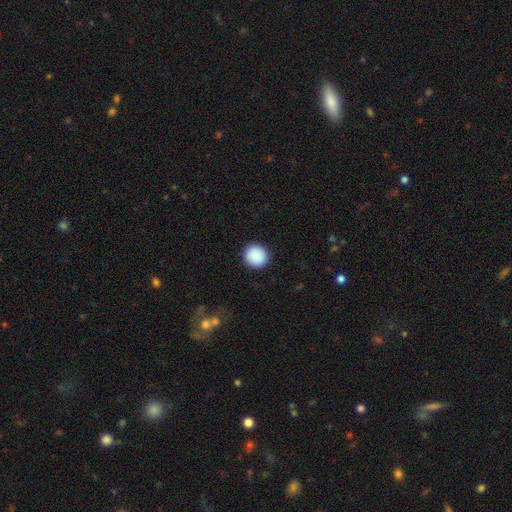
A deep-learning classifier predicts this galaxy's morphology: Smooth or featured: smooth — 90% (star or artifact — 7%)
How rounded: round — 94% (in between — 5%)
Merging: none — 92% (minor disturbance — 5%)